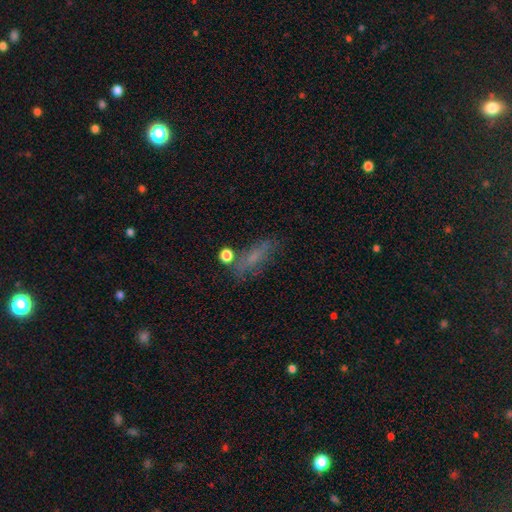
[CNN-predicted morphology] A smooth galaxy with no disk features (53%) that is in between round and cigar-shaped (49%). Merging: none (62%).